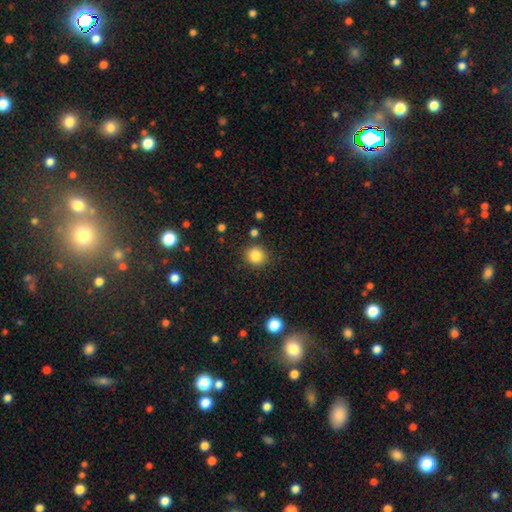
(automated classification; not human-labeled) smooth 84%, star or artifact 11%, featured or disk 5%. Down the decision tree: how rounded — round (90%); merging — none (86%).